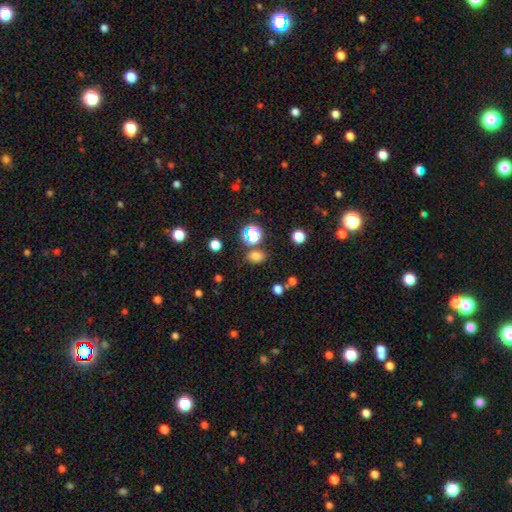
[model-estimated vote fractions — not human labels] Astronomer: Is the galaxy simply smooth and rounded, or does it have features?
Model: smooth — 72%.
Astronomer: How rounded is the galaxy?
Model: in between — 66%.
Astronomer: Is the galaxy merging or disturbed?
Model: none — 77%.